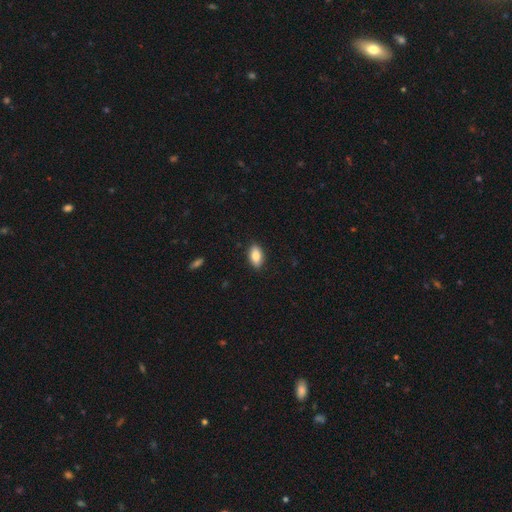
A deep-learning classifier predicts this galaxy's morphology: Smooth or featured? Predicted: smooth (p=0.82). How rounded? Predicted: in between (p=0.90). Merging? Predicted: none (p=0.88).